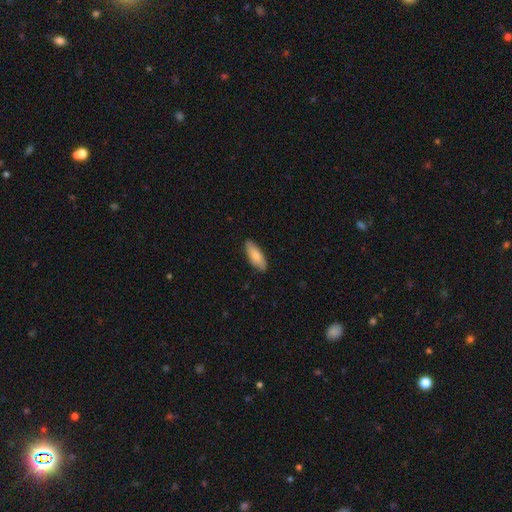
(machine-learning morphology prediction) Smooth or featured? smooth (82%)
How rounded? in between (70%)
Merging? none (87%)